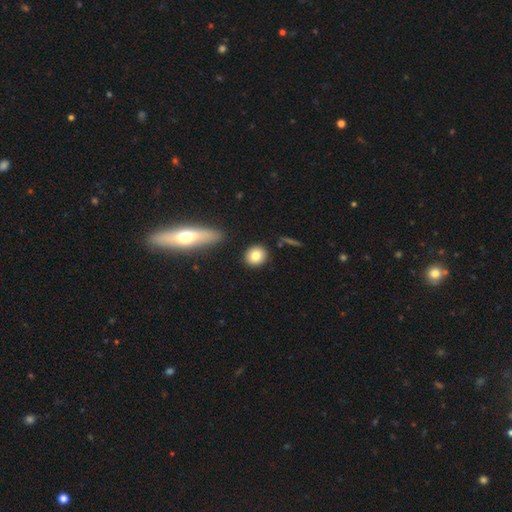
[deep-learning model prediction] This appears to be a smooth galaxy with no disk features (81%) that is round (81%). Merging: none (87%).